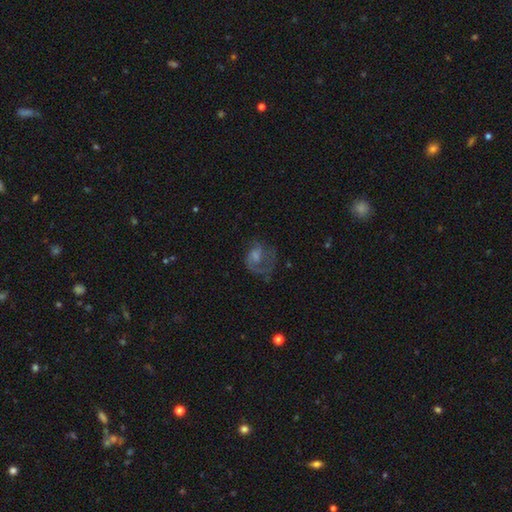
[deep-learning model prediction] The model was most divided on "bulge size": moderate: 37%, small: 29%, none: 20%, large: 12%, dominant: 2%. Remaining: edge-on disk — no (97%); spiral arms — yes (70%); bar — no (68%); smooth or featured — featured or disk (56%); merging — none (46%).